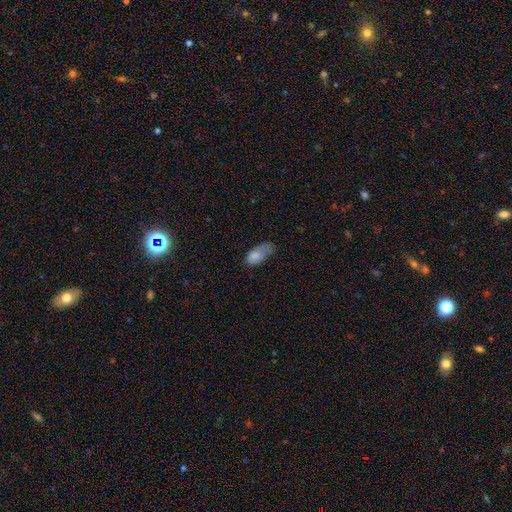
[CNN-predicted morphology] smooth 80%, featured or disk 12%, star or artifact 8%. Down the decision tree: how rounded — in between (89%); merging — minor disturbance (39%).